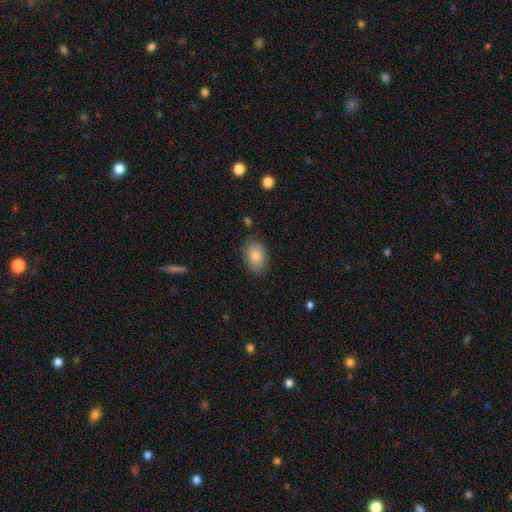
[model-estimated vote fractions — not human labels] A smooth galaxy with no disk features (82%) that is in between round and cigar-shaped (81%).

Vote fractions:
- Smooth or featured? smooth: 82% / featured or disk: 11% / star or artifact: 7%
- How rounded? in between: 81% / round: 18% / cigar-shaped: 1%
- Merging? none: 81% / minor disturbance: 14% / major disturbance: 3% / merger: 2%